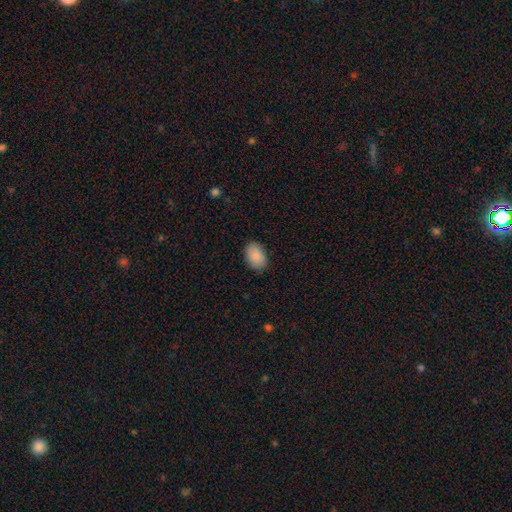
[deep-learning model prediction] Smooth or featured? smooth (88%)
How rounded? in between (86%)
Merging? none (85%)